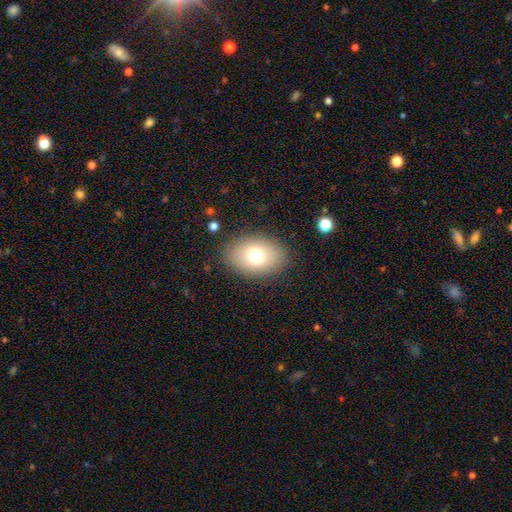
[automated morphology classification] A smooth galaxy with no disk features (74%) that is in between round and cigar-shaped (79%).

Vote fractions:
- Smooth or featured? smooth: 74% / featured or disk: 16% / star or artifact: 10%
- How rounded? in between: 79% / round: 20% / cigar-shaped: 1%
- Merging? none: 86% / minor disturbance: 9% / major disturbance: 4% / merger: 1%